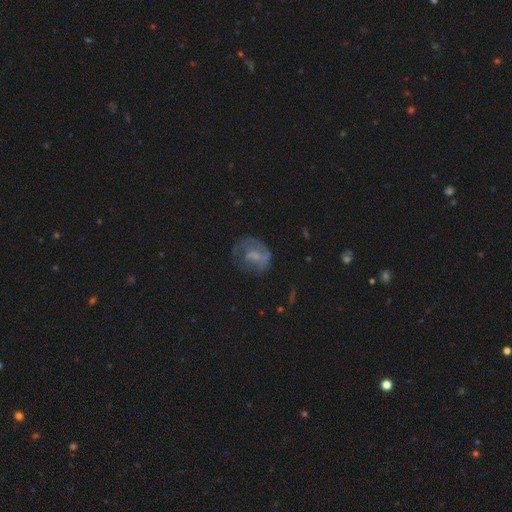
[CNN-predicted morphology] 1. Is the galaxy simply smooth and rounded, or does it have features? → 57% featured or disk, 33% smooth, 11% star or artifact.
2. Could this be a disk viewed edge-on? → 97% no, 3% yes.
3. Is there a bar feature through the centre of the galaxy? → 57% no, 36% weak, 7% strong.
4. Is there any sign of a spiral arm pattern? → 65% yes, 35% no.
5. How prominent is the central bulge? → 43% small, 27% none, 25% moderate, 3% large, 1% dominant.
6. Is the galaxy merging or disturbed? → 44% none, 30% major disturbance, 23% minor disturbance, 2% merger.